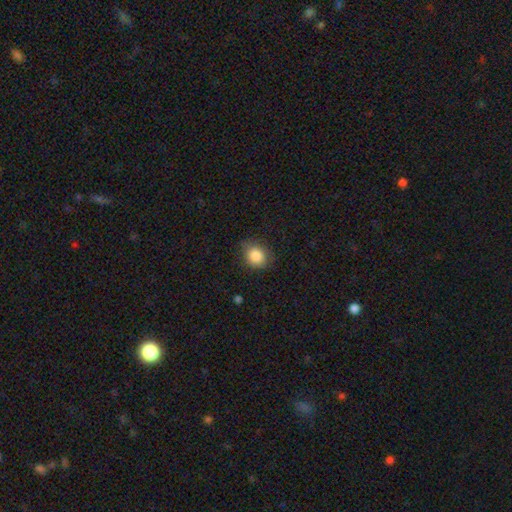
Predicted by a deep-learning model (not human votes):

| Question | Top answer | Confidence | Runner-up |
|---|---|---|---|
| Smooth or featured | smooth | 85% | star or artifact (9%) |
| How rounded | round | 66% | in between (33%) |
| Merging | none | 73% | minor disturbance (21%) |